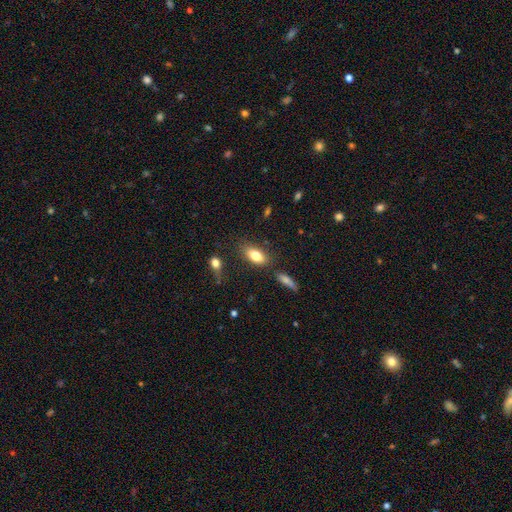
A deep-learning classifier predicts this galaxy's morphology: Smooth or featured? Predicted: smooth (p=0.79). How rounded? Predicted: in between (p=0.86). Merging? Predicted: none (p=0.74).